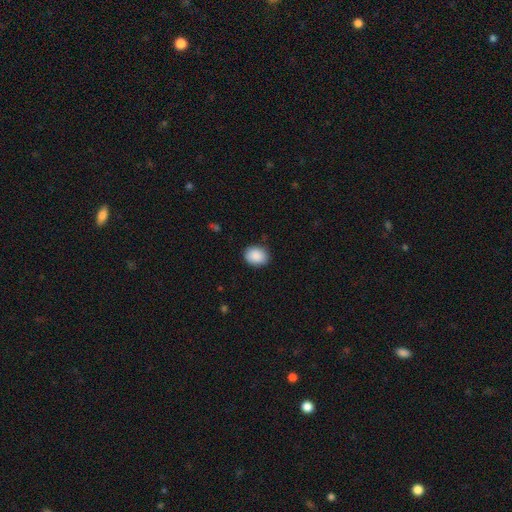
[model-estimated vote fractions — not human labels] smooth-or-featured: smooth: 89% | star or artifact: 7% | featured or disk: 3%
  how-rounded: in between: 53% | round: 46% | cigar-shaped: 1%
  merging: none: 85% | minor disturbance: 12% | major disturbance: 2% | merger: 1%